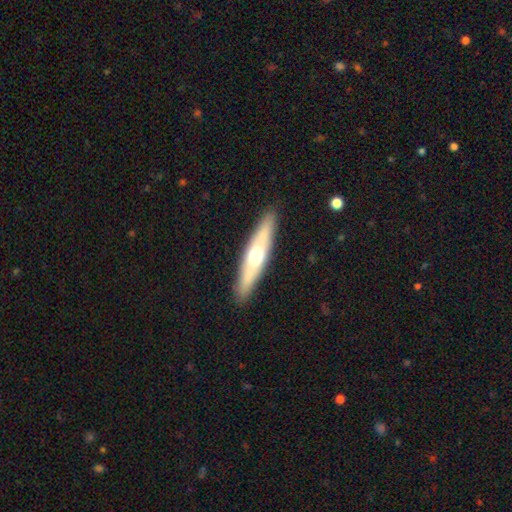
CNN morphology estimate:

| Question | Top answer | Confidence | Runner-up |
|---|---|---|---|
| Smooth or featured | featured or disk | 50% | smooth (45%) |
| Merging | none | 90% | minor disturbance (7%) |